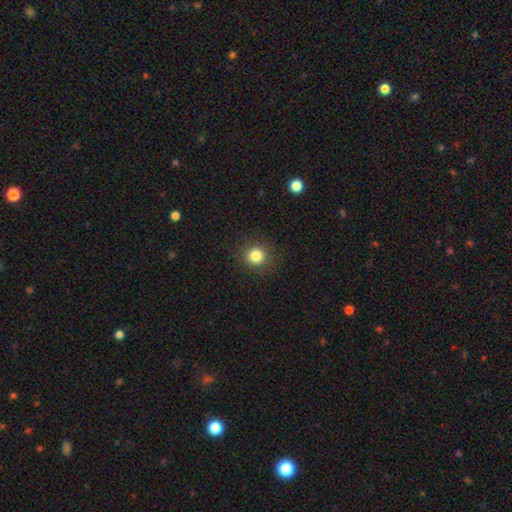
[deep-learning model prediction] Smooth or featured? smooth (83%)
How rounded? round (91%)
Merging? none (89%)